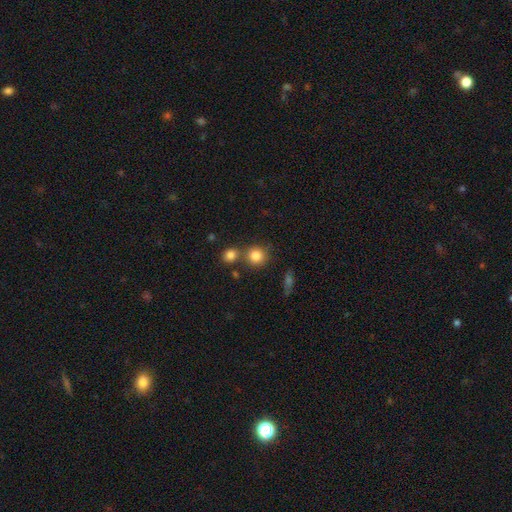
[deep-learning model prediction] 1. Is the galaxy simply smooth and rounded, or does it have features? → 83% smooth, 11% star or artifact, 7% featured or disk.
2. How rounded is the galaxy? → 88% round, 11% in between, 1% cigar-shaped.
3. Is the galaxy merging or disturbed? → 66% none, 22% merger, 9% minor disturbance, 3% major disturbance.